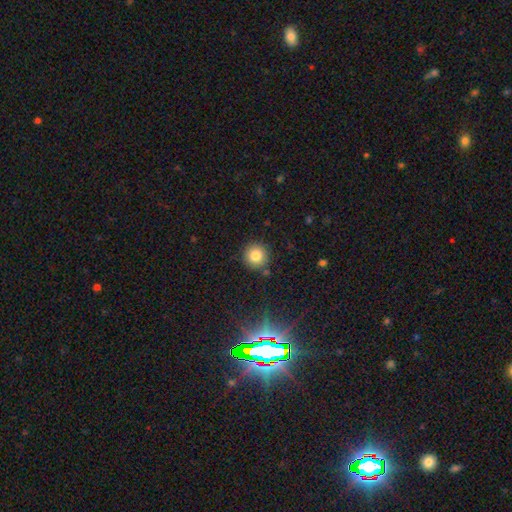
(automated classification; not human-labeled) Overall: smooth (81%). How rounded: round (94%). Merging: none (87%).